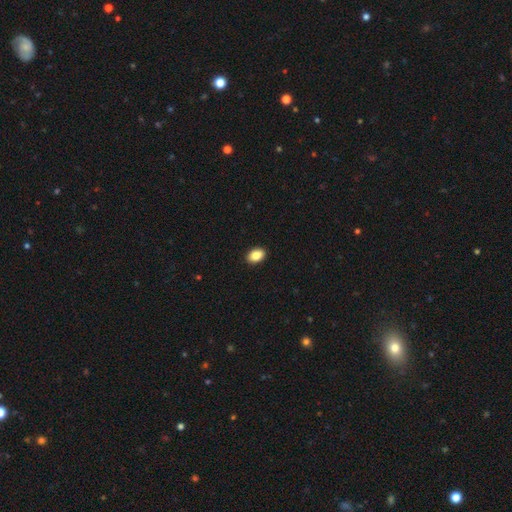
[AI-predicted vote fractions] Smooth or featured?
  - smooth: 86% *
  - star or artifact: 8%
  - featured or disk: 6%
How rounded?
  - in between: 82% *
  - round: 17%
  - cigar-shaped: 1%
Merging?
  - none: 91% *
  - minor disturbance: 6%
  - major disturbance: 1%
  - merger: 1%